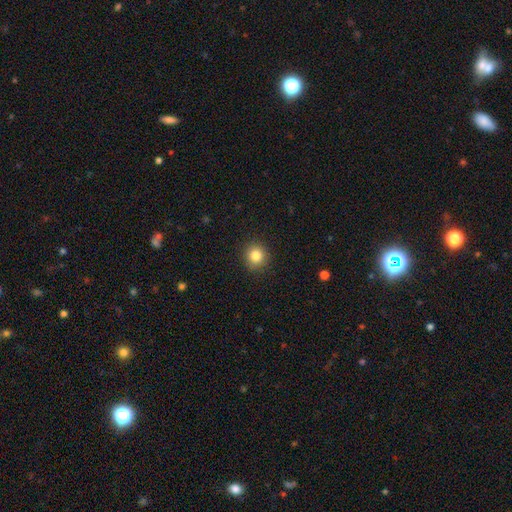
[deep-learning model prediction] Overall: smooth (83%). How rounded: round (90%). Merging: none (91%).